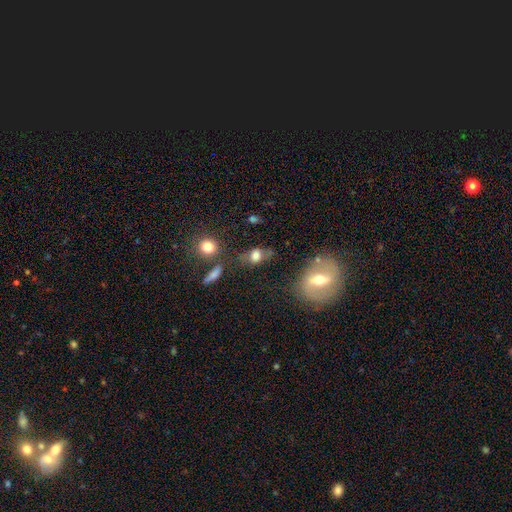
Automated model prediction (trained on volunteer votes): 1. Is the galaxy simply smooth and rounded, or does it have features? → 63% smooth, 24% featured or disk, 13% star or artifact.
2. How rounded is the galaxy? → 65% in between, 30% round, 5% cigar-shaped.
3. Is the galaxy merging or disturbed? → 52% none, 23% minor disturbance, 13% major disturbance, 11% merger.